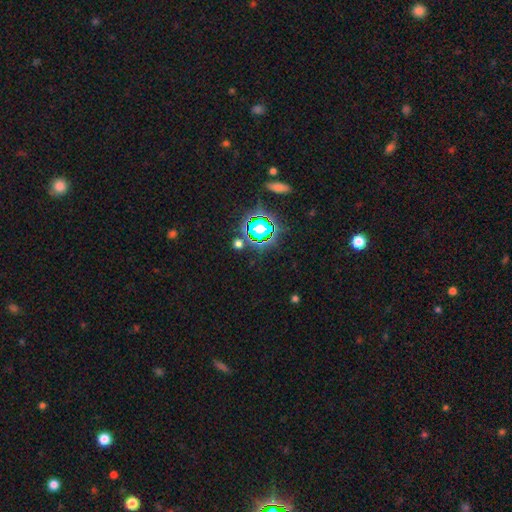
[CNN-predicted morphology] smooth-or-featured: star or artifact: 78% | smooth: 15% | featured or disk: 8%